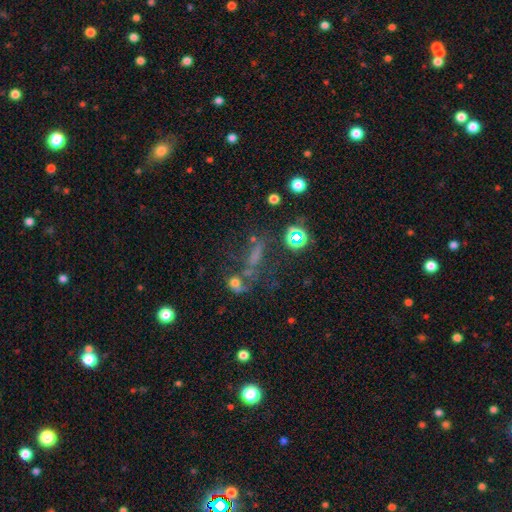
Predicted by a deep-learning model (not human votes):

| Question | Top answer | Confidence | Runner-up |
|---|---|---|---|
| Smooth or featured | smooth | 41% | star or artifact (36%) |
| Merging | none | 46% | merger (22%) |